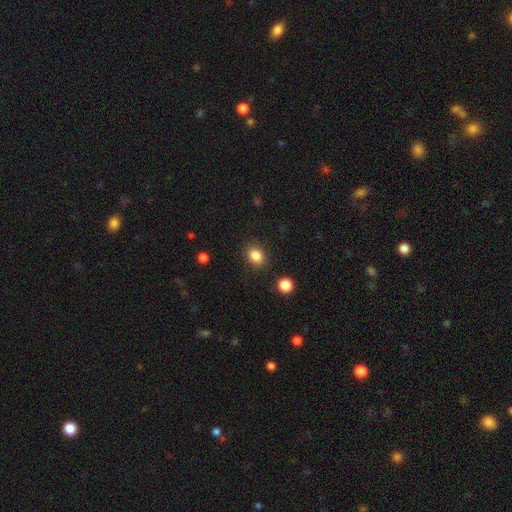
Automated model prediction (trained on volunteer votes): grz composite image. It shows a smooth galaxy with no disk features (85%) that is in between round and cigar-shaped (52%). Merging: none (86%).